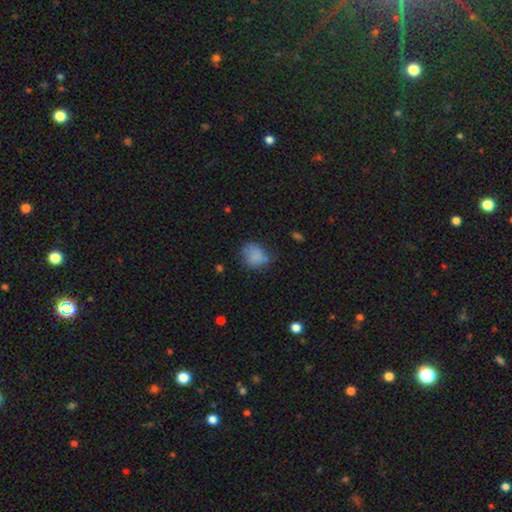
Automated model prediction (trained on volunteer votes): Overall: smooth (78%). How rounded: round (57%; in between 42%). Merging: none (49%; minor disturbance 32%).